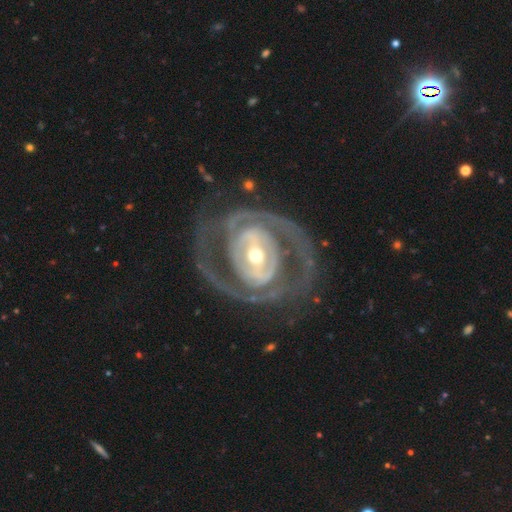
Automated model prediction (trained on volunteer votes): smooth_or_featured: featured or disk (p=0.88) [alt: smooth p=0.08]
disk_edge_on: no (p=0.96) [alt: yes p=0.04]
bar: strong (p=0.45) [alt: weak p=0.32]
has_spiral_arms: yes (p=0.83) [alt: no p=0.17]
spiral_winding: tight (p=0.55) [alt: medium p=0.34]
spiral_arm_count: 2 (p=0.66) [alt: can't tell p=0.16]
bulge_size: moderate (p=0.53) [alt: small p=0.38]
merging: none (p=0.70) [alt: major disturbance p=0.15]